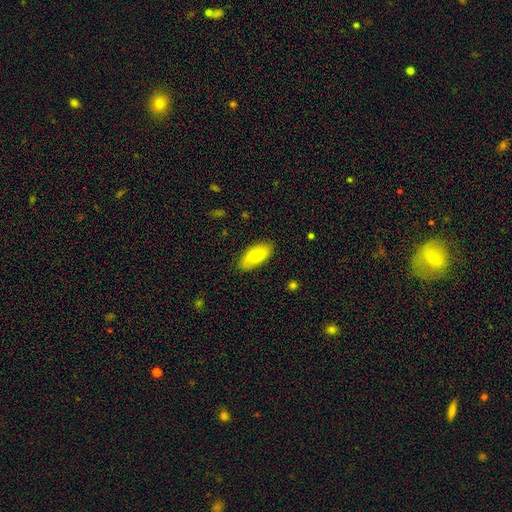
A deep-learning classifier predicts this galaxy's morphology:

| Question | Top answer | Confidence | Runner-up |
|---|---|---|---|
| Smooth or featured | smooth | 74% | featured or disk (20%) |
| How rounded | in between | 90% | cigar-shaped (8%) |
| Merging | none | 86% | minor disturbance (11%) |